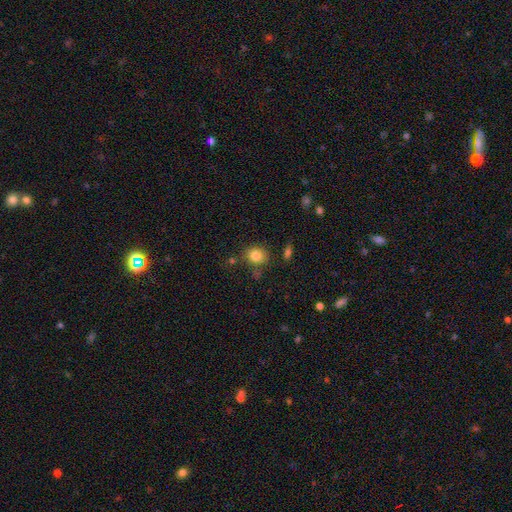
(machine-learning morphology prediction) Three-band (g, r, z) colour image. It shows a smooth galaxy with no disk features (83%) that is round (72%). Merging: none (74%).